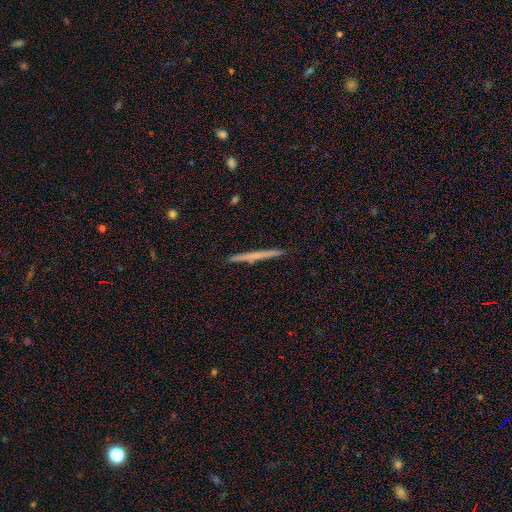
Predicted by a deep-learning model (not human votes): A featured or disk galaxy (48%). Merging: none (93%).